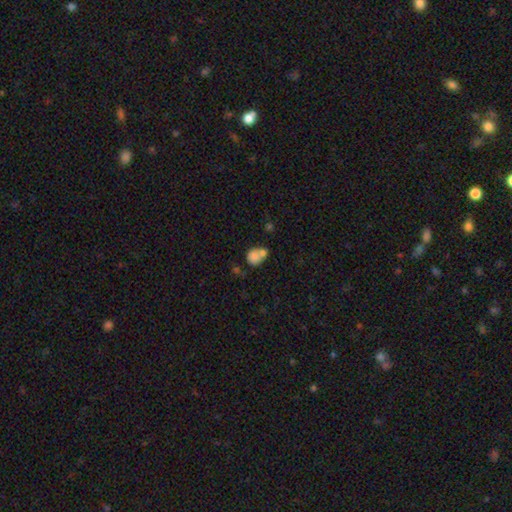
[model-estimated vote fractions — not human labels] This is likely a smooth galaxy (76%). How rounded: likely round (72%). Merging: possibly merger (54%).